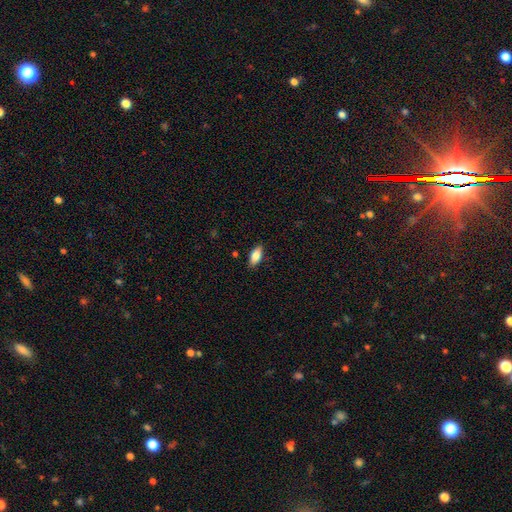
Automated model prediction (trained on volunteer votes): smooth-or-featured: smooth: 83% | featured or disk: 10% | star or artifact: 7%
  how-rounded: in between: 86% | cigar-shaped: 11% | round: 2%
  merging: none: 87% | minor disturbance: 10% | major disturbance: 2% | merger: 1%